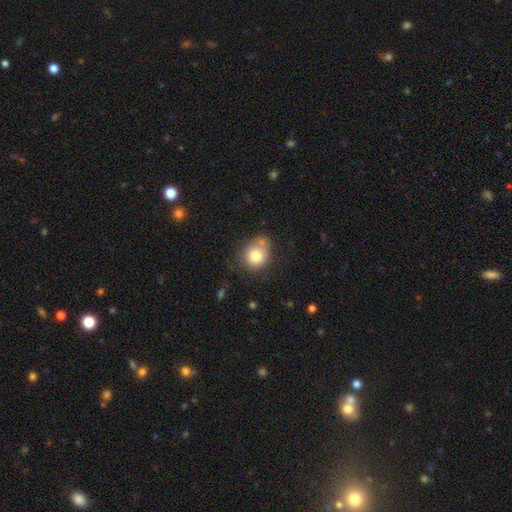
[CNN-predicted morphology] smooth 77%, featured or disk 13%, star or artifact 10%. Down the decision tree: how rounded — round (73%); merging — none (55%).